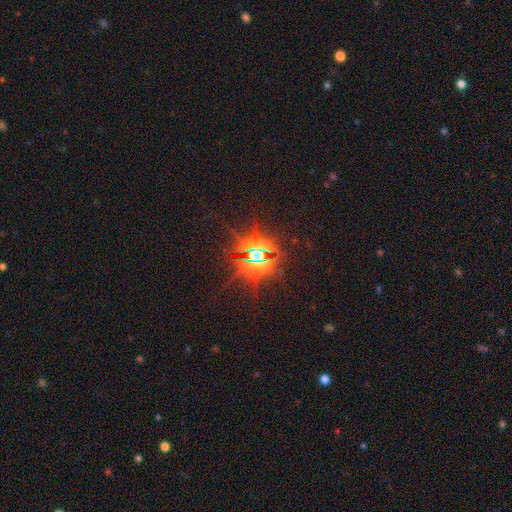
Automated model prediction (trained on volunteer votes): Overall: star or artifact (85%).